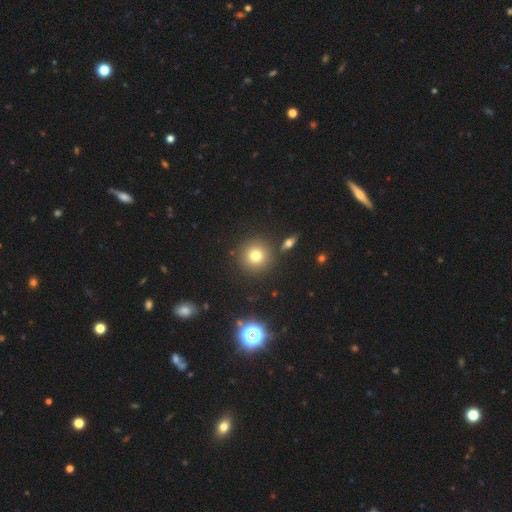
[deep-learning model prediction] This is likely a smooth galaxy (75%). How rounded: clearly round (94%). Merging: clearly none (86%).